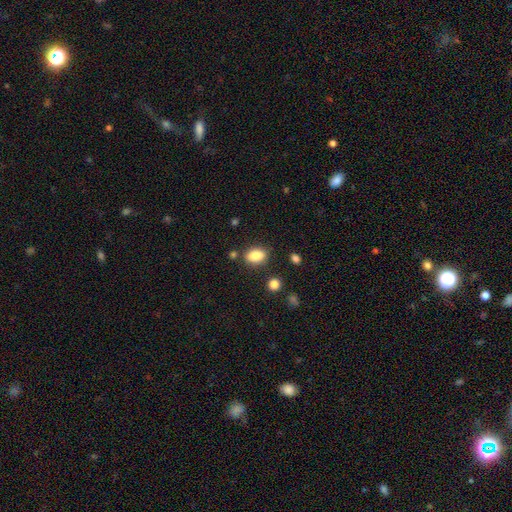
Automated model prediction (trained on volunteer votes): Smooth or featured? smooth (86%)
How rounded? in between (80%)
Merging? none (80%)